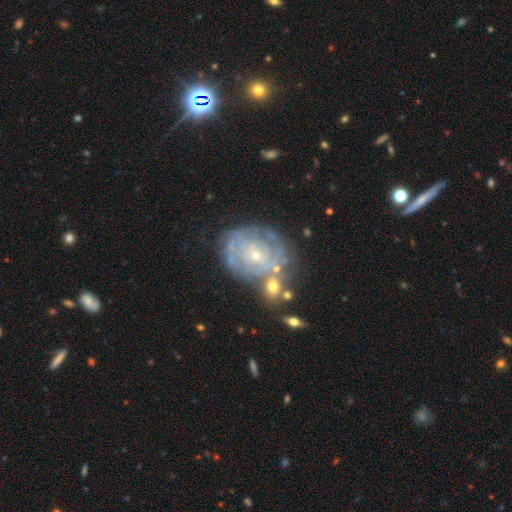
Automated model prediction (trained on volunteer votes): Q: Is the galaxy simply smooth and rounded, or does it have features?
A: featured or disk — 78%.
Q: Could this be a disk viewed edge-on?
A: no — 97%.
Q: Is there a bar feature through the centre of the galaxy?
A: no — 73%.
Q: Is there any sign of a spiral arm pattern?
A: yes — 85%.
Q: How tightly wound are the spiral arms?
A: tight — 74%.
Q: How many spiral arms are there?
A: can't tell — 49%.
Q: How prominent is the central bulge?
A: small — 77%.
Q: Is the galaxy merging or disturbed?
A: none — 60%.